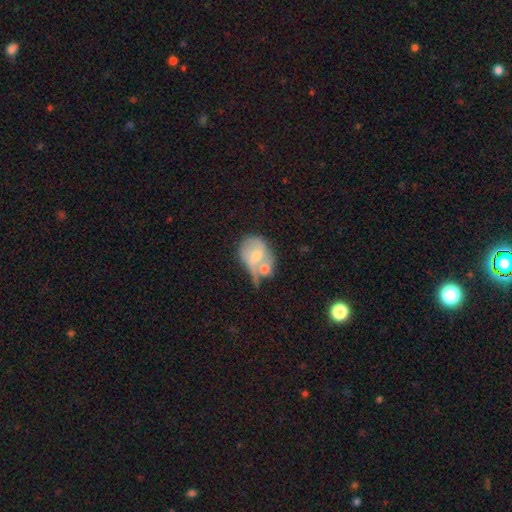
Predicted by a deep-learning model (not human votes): Smooth or featured: smooth — 48% (featured or disk — 45%)
Merging: merger — 51% (none — 20%)